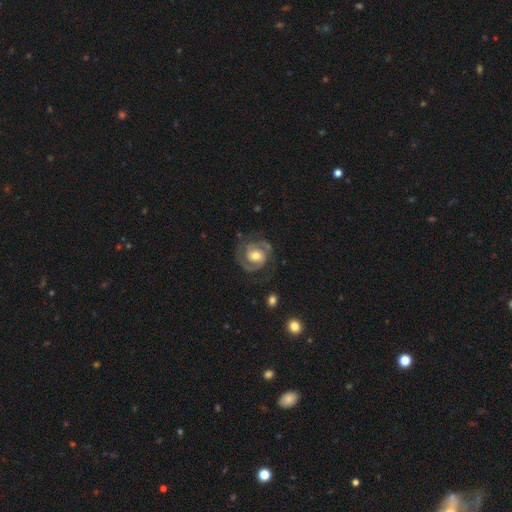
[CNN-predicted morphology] type=featured or disk (88%); edge-on=no (98%); bar=no (50%); spiral arms=yes (97%); winding=tight (54%); arm count=2 (85%); bulge=moderate (70%); merging=none (76%).